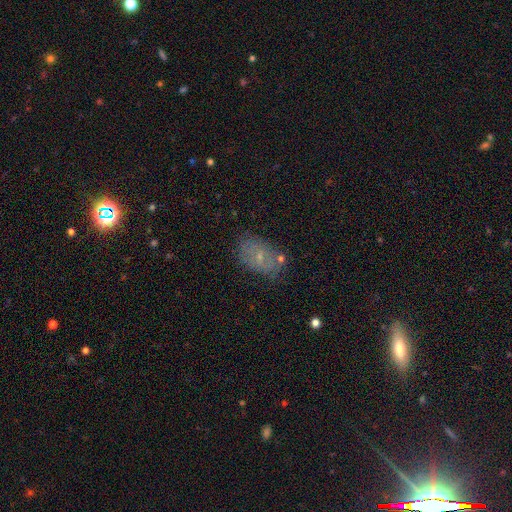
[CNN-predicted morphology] A smooth galaxy with no disk features (52%) that is in between round and cigar-shaped (85%).

Vote fractions:
- Smooth or featured? smooth: 52% / featured or disk: 36% / star or artifact: 12%
- How rounded? in between: 85% / round: 13% / cigar-shaped: 2%
- Merging? none: 66% / minor disturbance: 22% / major disturbance: 7% / merger: 5%